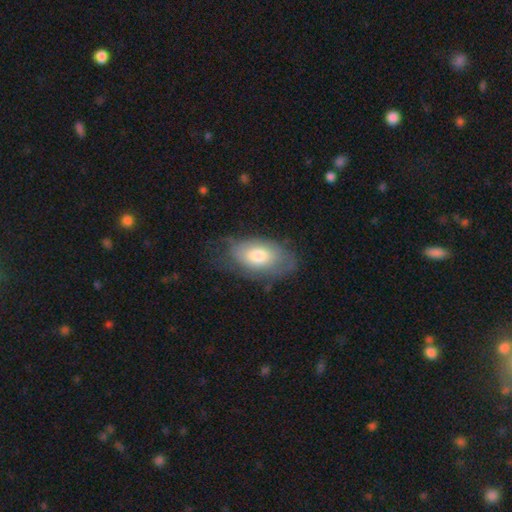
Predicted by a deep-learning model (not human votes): The model was most divided on "smooth or featured": smooth: 58%, featured or disk: 35%, star or artifact: 7%. More confident: how rounded — in between (92%); merging — none (63%).